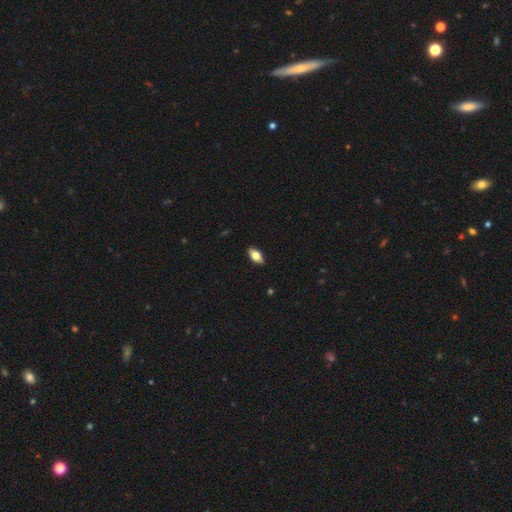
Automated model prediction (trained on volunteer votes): Morphology: type=smooth (70%); roundness=in between (88%); merging=none (90%).